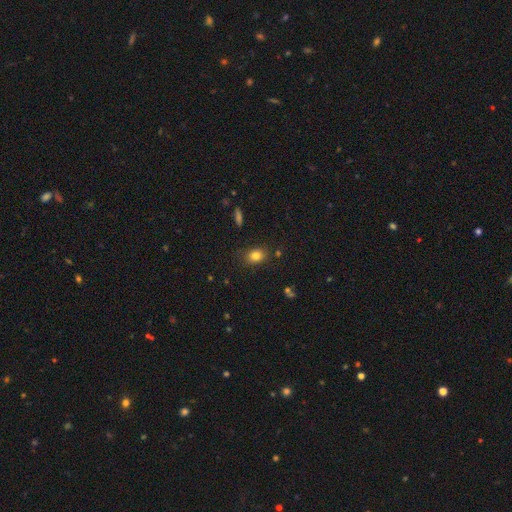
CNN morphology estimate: Smooth or featured: smooth — 81% (star or artifact — 11%)
How rounded: in between — 61% (round — 38%)
Merging: none — 82% (minor disturbance — 13%)